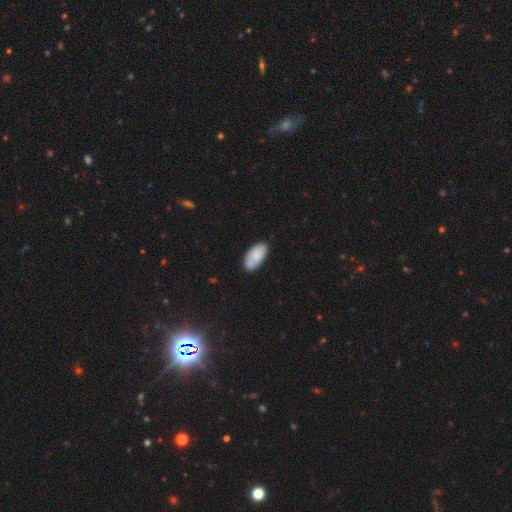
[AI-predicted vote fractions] Smooth or featured? smooth (80%)
How rounded? in between (94%)
Merging? none (73%)